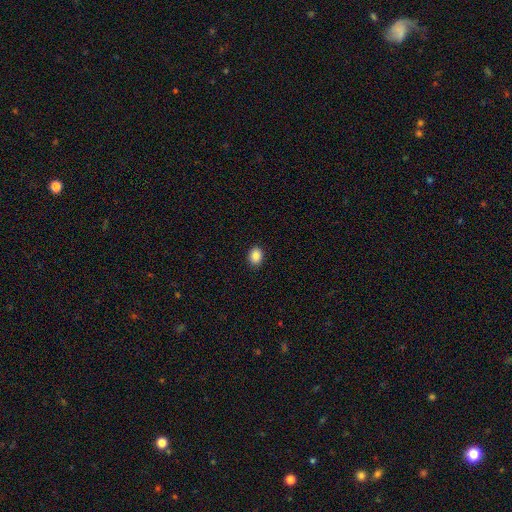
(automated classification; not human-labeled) This appears to be a smooth galaxy with no disk features (88%) that is in between round and cigar-shaped (61%). Merging: none (90%).